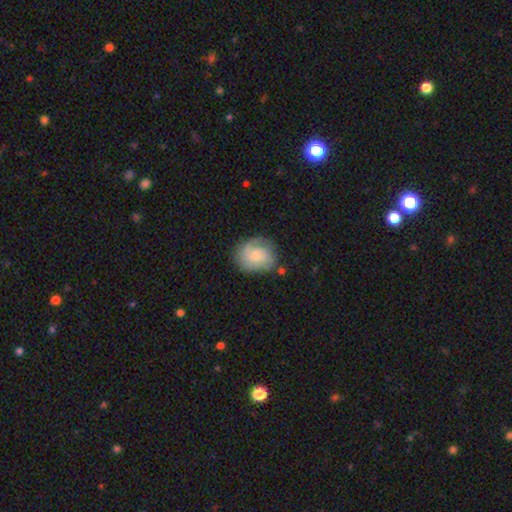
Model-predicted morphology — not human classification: Overall: featured or disk (54%; smooth 39%). Edge-on disk: no (98%). Bar: no (70%). Spiral arms: yes (87%). Bulge size: small (48%; moderate 38%). Merging: none (69%).